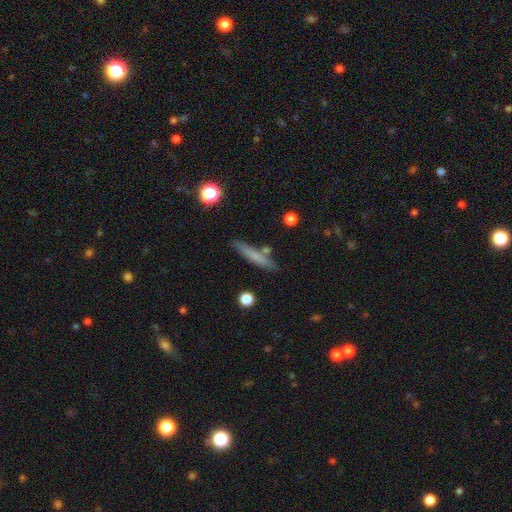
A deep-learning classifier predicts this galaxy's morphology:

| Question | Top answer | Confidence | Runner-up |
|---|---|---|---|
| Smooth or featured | smooth | 67% | featured or disk (24%) |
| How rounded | cigar-shaped | 90% | in between (8%) |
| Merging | none | 81% | minor disturbance (11%) |